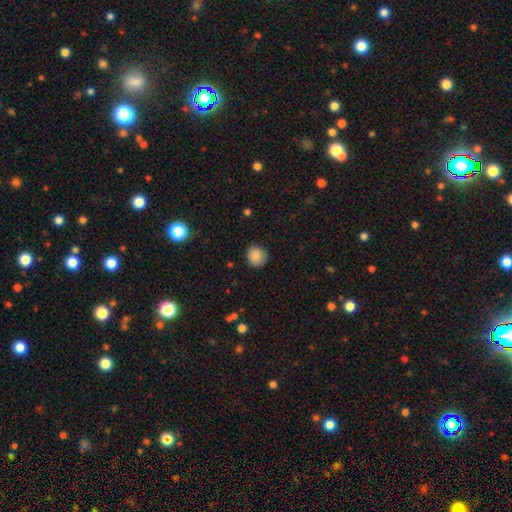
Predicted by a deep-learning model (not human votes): A smooth galaxy with no disk features (86%) that is round (84%). Merging: none (83%).